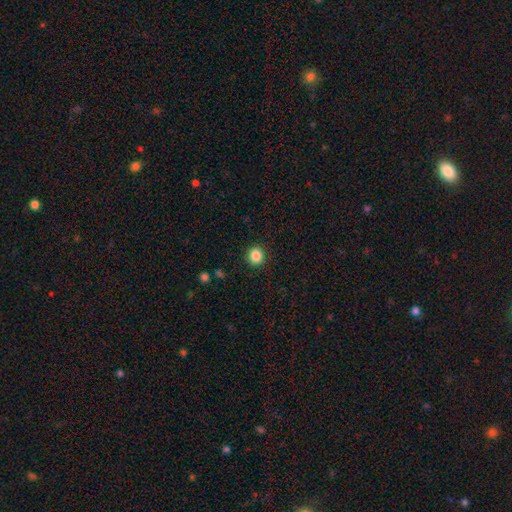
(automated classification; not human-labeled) This is clearly a smooth galaxy (86%). How rounded: clearly round (89%). Merging: clearly none (91%).